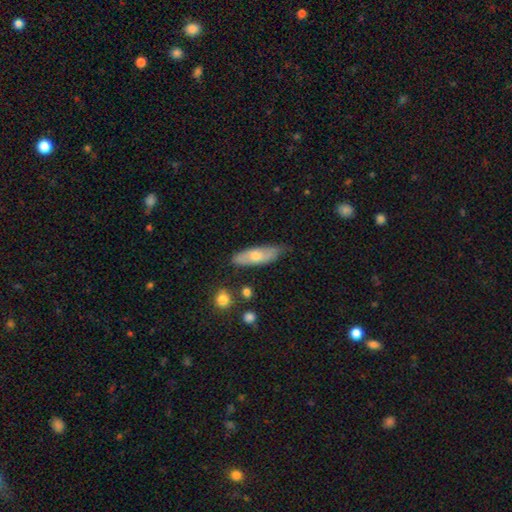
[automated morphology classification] The model was most divided on "how rounded": in between: 56%, cigar-shaped: 41%, round: 3%. More confident: merging — none (72%); smooth or featured — smooth (59%).